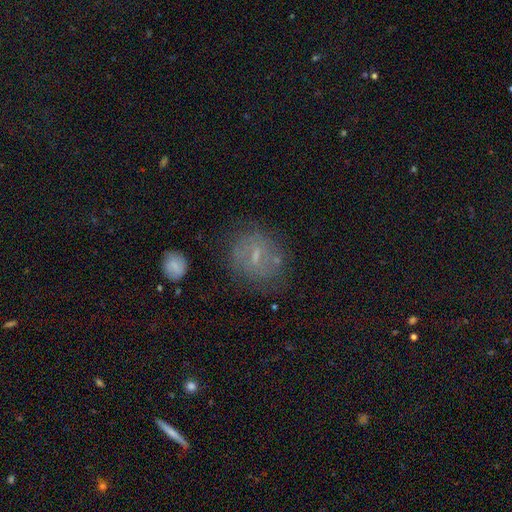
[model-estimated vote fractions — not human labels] Smooth or featured?
  - smooth: 43% *
  - featured or disk: 39%
  - star or artifact: 17%
Merging?
  - none: 70% *
  - minor disturbance: 17%
  - major disturbance: 9%
  - merger: 4%